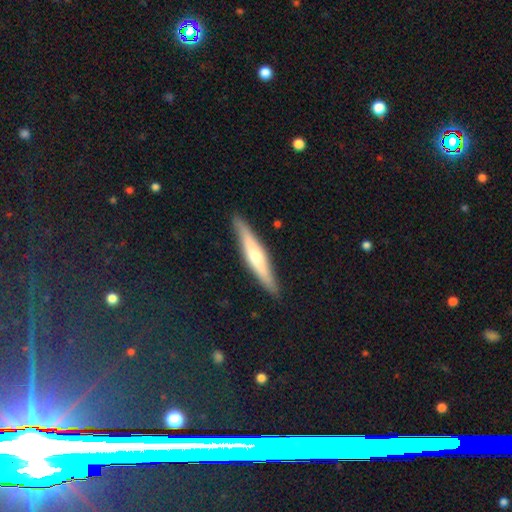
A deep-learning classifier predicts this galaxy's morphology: type=featured or disk (55%); edge-on=yes (93%); edge-on bulge=rounded (81%); merging=none (89%).